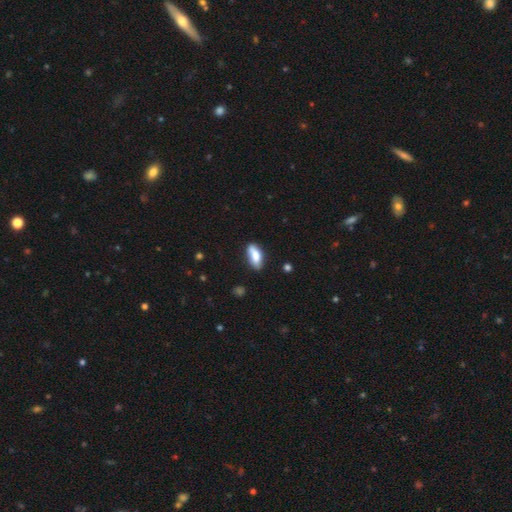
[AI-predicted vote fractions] A smooth galaxy with no disk features (73%) that is in between round and cigar-shaped (78%).

Vote fractions:
- Smooth or featured? smooth: 73% / featured or disk: 20% / star or artifact: 7%
- How rounded? in between: 78% / cigar-shaped: 19% / round: 3%
- Merging? none: 69% / minor disturbance: 20% / merger: 6% / major disturbance: 5%